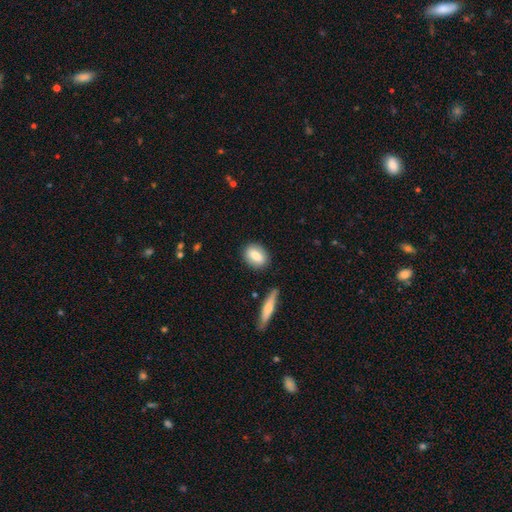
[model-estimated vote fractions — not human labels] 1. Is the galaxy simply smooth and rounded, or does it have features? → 80% smooth, 13% featured or disk, 6% star or artifact.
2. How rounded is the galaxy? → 76% in between, 19% round, 5% cigar-shaped.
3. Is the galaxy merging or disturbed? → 84% none, 11% minor disturbance, 3% merger, 2% major disturbance.